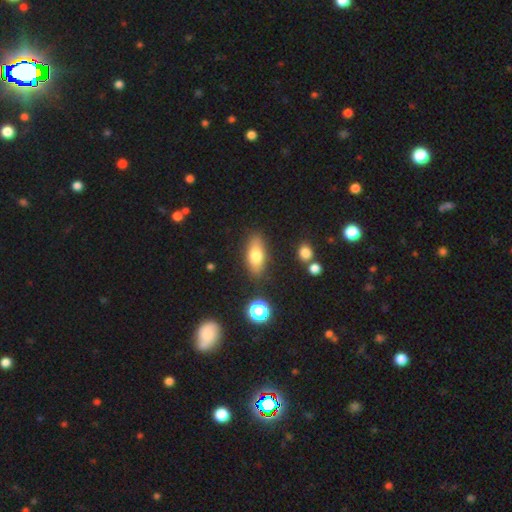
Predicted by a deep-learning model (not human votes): A smooth galaxy with no disk features (73%) that is in between round and cigar-shaped (78%). Merging: none (83%).